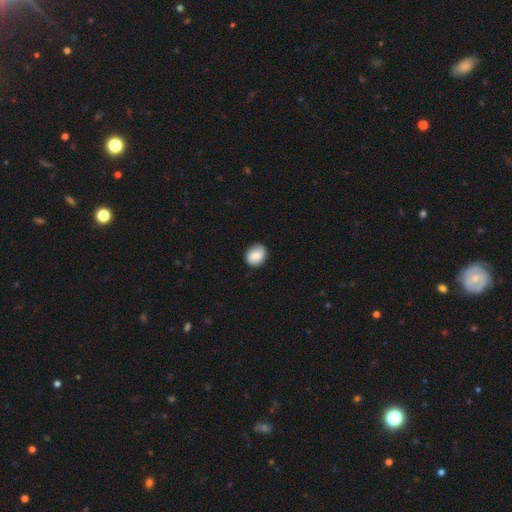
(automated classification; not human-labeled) This is likely a smooth galaxy (75%). How rounded: possibly round (59%). Merging: clearly none (84%).